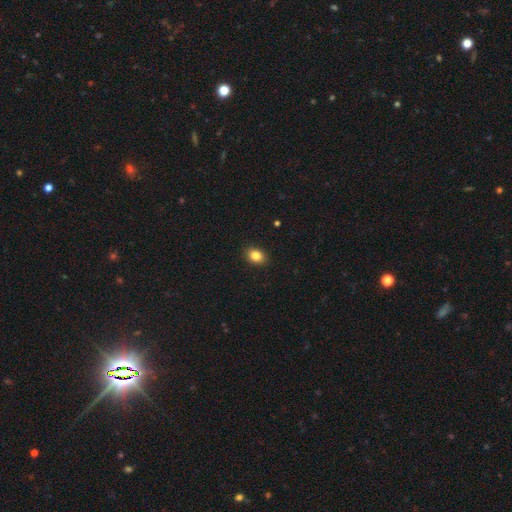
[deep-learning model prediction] This appears to be a smooth galaxy with no disk features (84%) that is in between round and cigar-shaped (68%). Merging: none (90%).